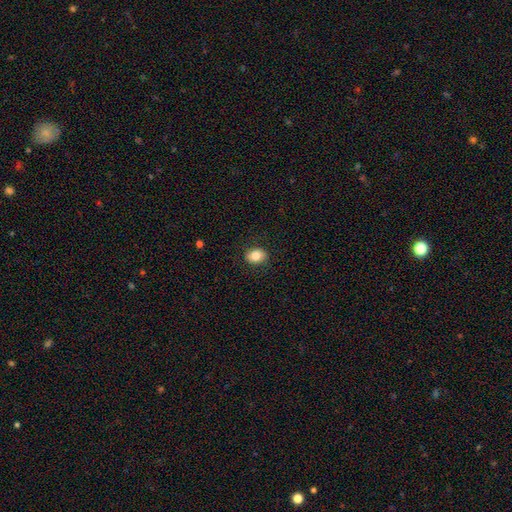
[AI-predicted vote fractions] smooth_or_featured: smooth (p=0.82) [alt: featured or disk p=0.09]
how_rounded: in between (p=0.57) [alt: round p=0.42]
merging: none (p=0.85) [alt: minor disturbance p=0.11]